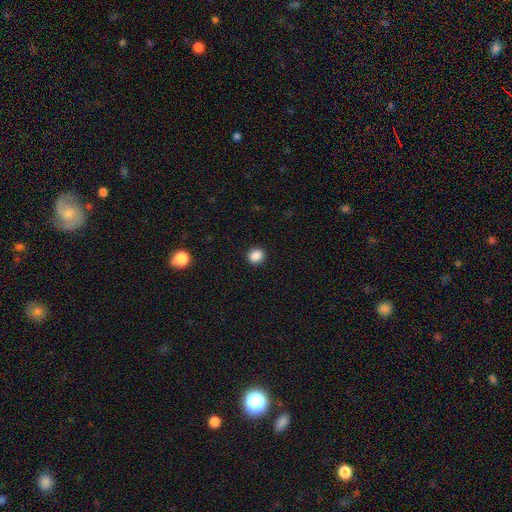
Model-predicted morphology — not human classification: This is clearly a smooth galaxy (88%). How rounded: clearly round (83%). Merging: clearly none (91%).